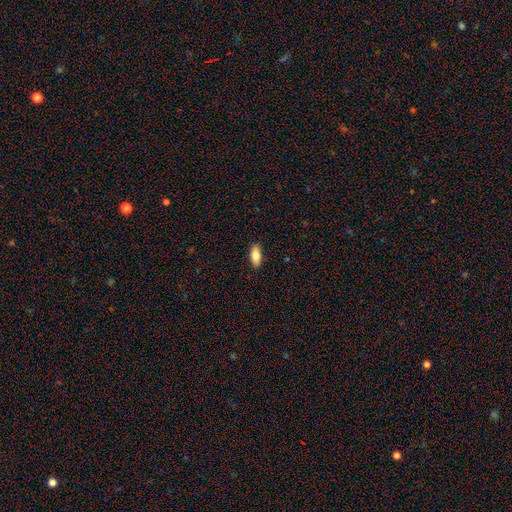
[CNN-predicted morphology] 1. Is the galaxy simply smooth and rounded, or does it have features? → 83% smooth, 11% featured or disk, 6% star or artifact.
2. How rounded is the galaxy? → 86% in between, 12% cigar-shaped, 2% round.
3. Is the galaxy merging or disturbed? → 90% none, 8% minor disturbance, 2% major disturbance, 1% merger.